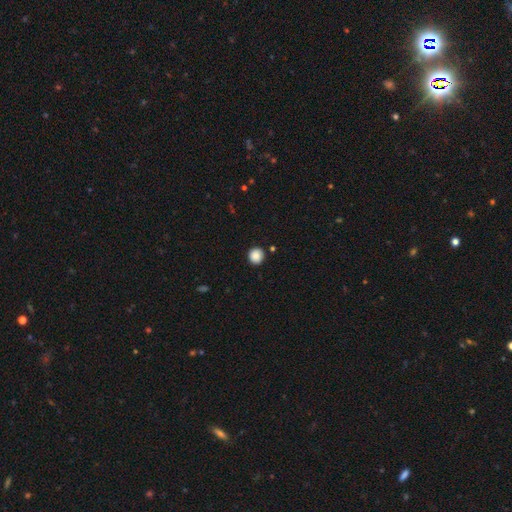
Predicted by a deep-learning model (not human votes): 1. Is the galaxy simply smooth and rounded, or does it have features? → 88% smooth, 9% star or artifact, 3% featured or disk.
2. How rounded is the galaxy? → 92% round, 7% in between, 1% cigar-shaped.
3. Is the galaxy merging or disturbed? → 90% none, 6% minor disturbance, 2% major disturbance, 2% merger.